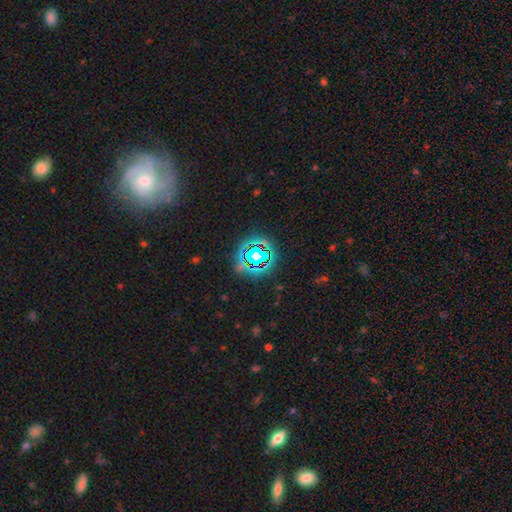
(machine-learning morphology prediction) Smooth or featured?
  - star or artifact: 73% *
  - smooth: 17%
  - featured or disk: 11%